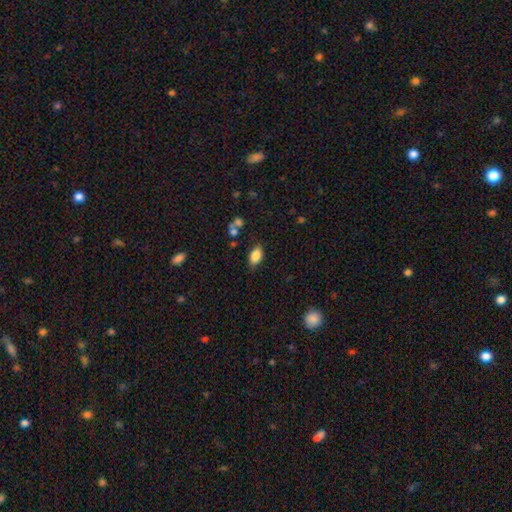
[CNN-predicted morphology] Smooth or featured? smooth (83%)
How rounded? in between (90%)
Merging? none (81%)